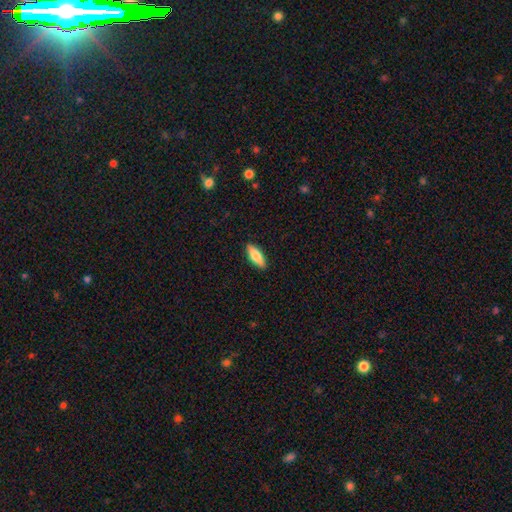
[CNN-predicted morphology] Smooth or featured? Predicted: smooth (p=0.75). How rounded? Predicted: in between (p=0.62). Merging? Predicted: none (p=0.90).